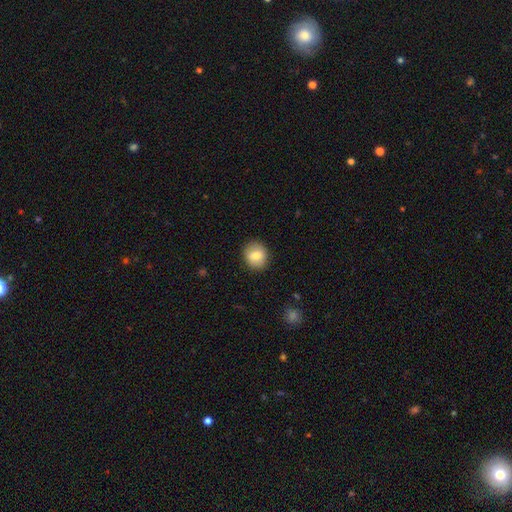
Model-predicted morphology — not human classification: Smooth or featured?
  - smooth: 74% *
  - featured or disk: 18%
  - star or artifact: 8%
How rounded?
  - round: 77% *
  - in between: 22%
  - cigar-shaped: 1%
Merging?
  - none: 88% *
  - minor disturbance: 9%
  - major disturbance: 2%
  - merger: 1%